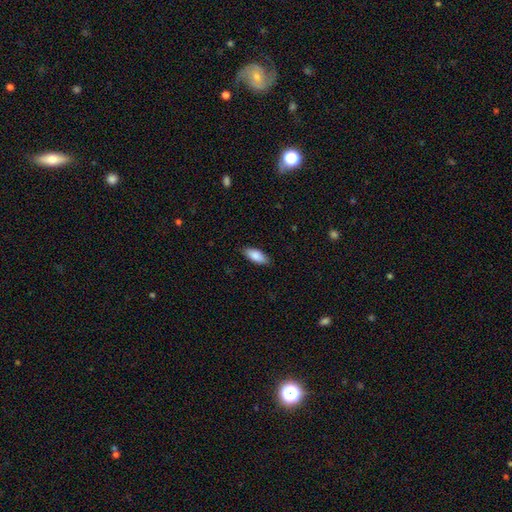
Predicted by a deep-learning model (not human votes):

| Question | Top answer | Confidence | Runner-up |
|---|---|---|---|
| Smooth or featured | smooth | 87% | featured or disk (7%) |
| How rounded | in between | 83% | cigar-shaped (16%) |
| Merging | none | 87% | minor disturbance (10%) |